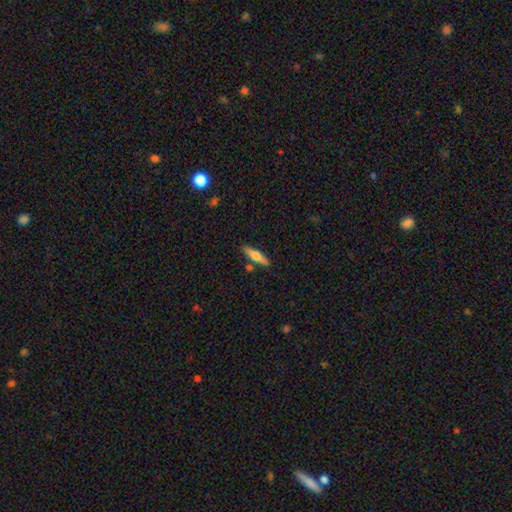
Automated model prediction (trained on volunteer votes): Overall: featured or disk (47%; smooth 46%). Merging: none (82%).